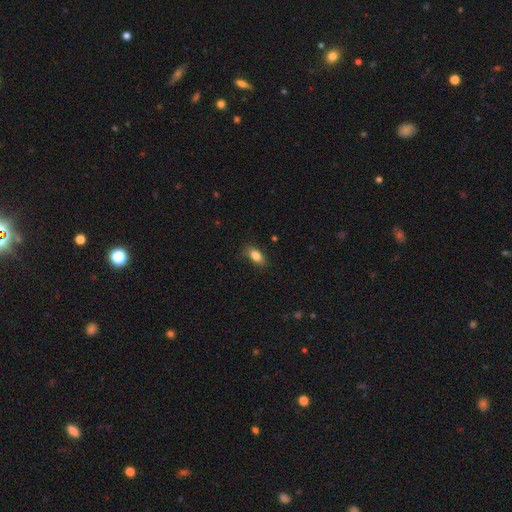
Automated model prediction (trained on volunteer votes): Morphology: type=smooth (83%); roundness=in between (86%); merging=none (80%).